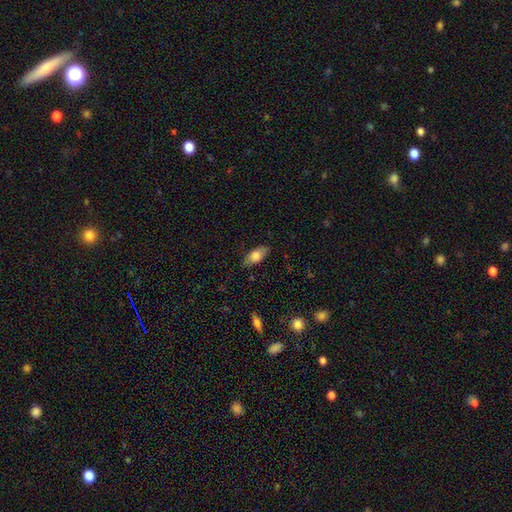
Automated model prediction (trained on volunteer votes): Smooth or featured?
  - smooth: 75% *
  - featured or disk: 19%
  - star or artifact: 7%
How rounded?
  - in between: 86% *
  - cigar-shaped: 10%
  - round: 3%
Merging?
  - none: 81% *
  - minor disturbance: 15%
  - major disturbance: 3%
  - merger: 1%